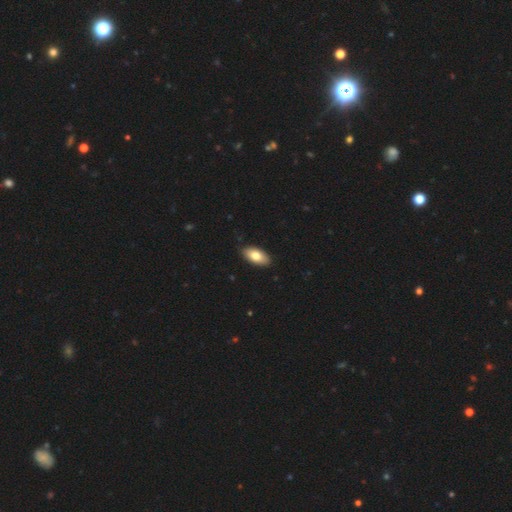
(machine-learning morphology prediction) smooth_or_featured: smooth (p=0.79) [alt: featured or disk p=0.15]
how_rounded: in between (p=0.93) [alt: cigar-shaped p=0.04]
merging: none (p=0.88) [alt: minor disturbance p=0.09]